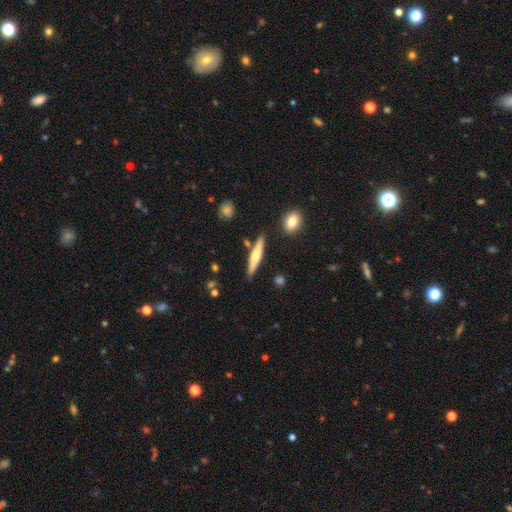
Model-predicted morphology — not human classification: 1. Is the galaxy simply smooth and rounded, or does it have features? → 56% featured or disk, 38% smooth, 6% star or artifact.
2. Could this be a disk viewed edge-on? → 95% yes, 5% no.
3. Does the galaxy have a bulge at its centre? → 92% rounded, 5% none, 4% boxy.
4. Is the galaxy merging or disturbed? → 83% none, 10% minor disturbance, 5% merger, 2% major disturbance.